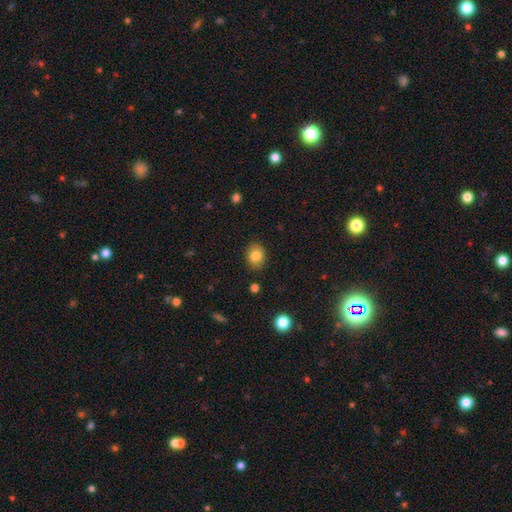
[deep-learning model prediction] A smooth galaxy with no disk features (83%) that is in between round and cigar-shaped (50%). Merging: none (87%).